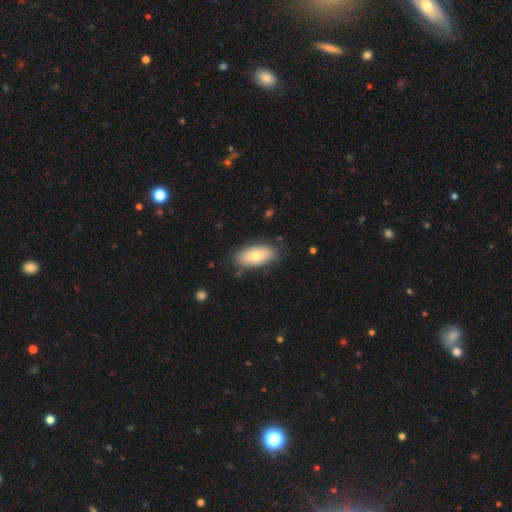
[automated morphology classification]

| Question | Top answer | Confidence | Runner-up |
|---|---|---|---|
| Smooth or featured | smooth | 72% | featured or disk (21%) |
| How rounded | in between | 92% | cigar-shaped (5%) |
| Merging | none | 81% | minor disturbance (15%) |